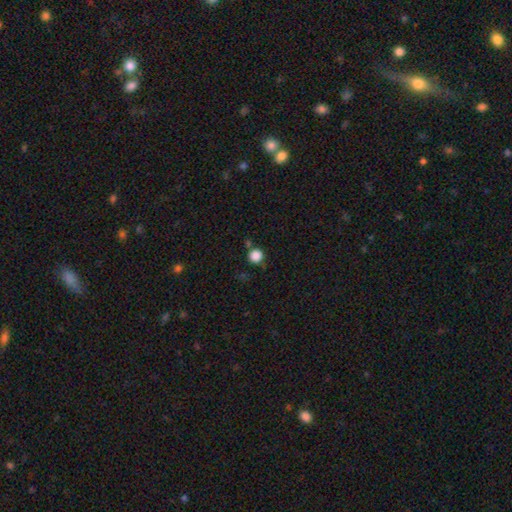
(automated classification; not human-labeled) Smooth or featured? smooth (86%)
How rounded? round (94%)
Merging? none (77%)